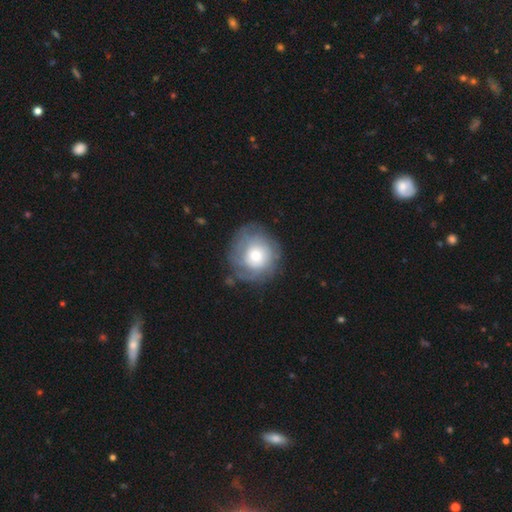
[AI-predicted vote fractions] Smooth or featured: featured or disk — 49% (smooth — 43%)
Merging: none — 72% (minor disturbance — 17%)